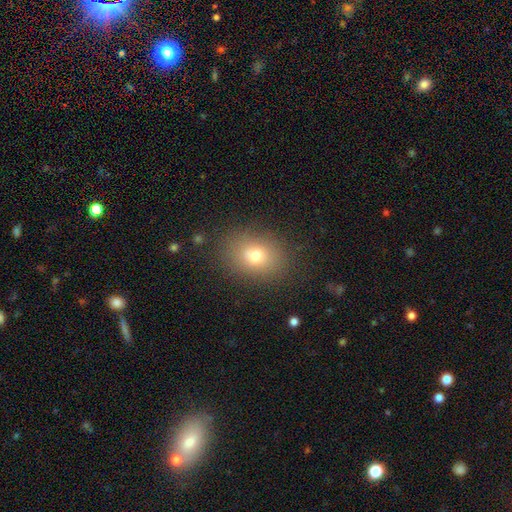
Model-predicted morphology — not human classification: A smooth galaxy with no disk features (73%) that is in between round and cigar-shaped (56%).

Vote fractions:
- Smooth or featured? smooth: 73% / star or artifact: 14% / featured or disk: 13%
- How rounded? in between: 56% / round: 43% / cigar-shaped: 1%
- Merging? none: 84% / minor disturbance: 10% / major disturbance: 4% / merger: 1%